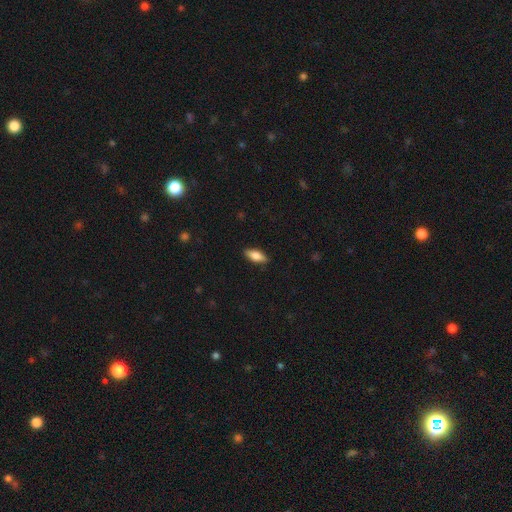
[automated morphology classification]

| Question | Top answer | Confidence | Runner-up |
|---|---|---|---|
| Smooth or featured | smooth | 78% | featured or disk (15%) |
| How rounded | in between | 80% | cigar-shaped (18%) |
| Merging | none | 88% | minor disturbance (9%) |